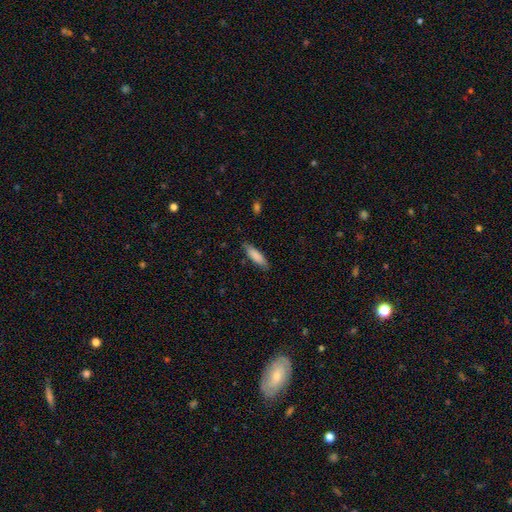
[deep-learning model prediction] This is clearly a smooth galaxy (85%). How rounded: possibly cigar-shaped (55%). Merging: likely none (79%).